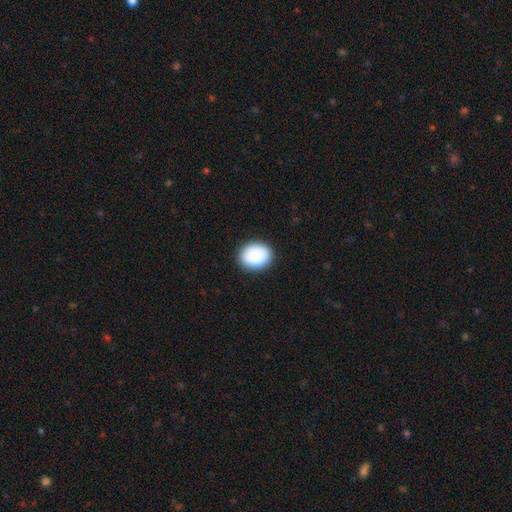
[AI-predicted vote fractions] Smooth or featured? smooth (88%)
How rounded? round (52%)
Merging? none (88%)